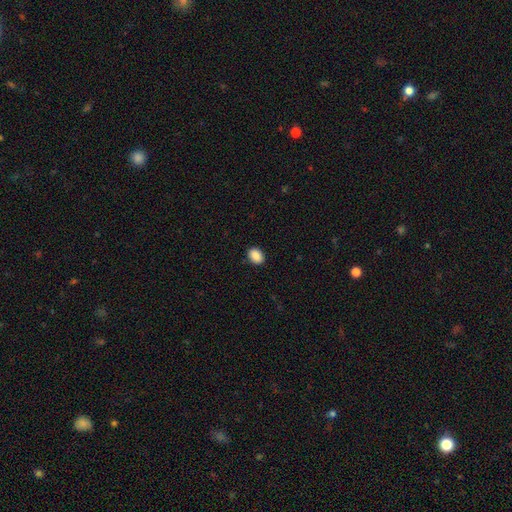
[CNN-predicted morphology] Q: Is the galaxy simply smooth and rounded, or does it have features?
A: smooth — 89%.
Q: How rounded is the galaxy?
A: in between — 73%.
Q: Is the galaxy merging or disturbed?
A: none — 89%.